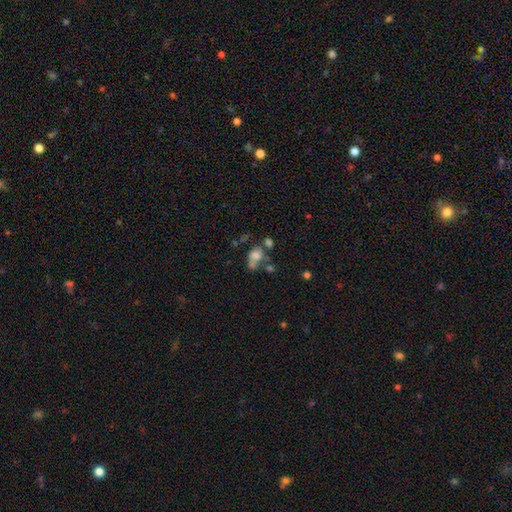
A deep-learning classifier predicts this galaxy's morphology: Smooth or featured?
  - smooth: 65% *
  - featured or disk: 21%
  - star or artifact: 14%
How rounded?
  - in between: 65% *
  - round: 32%
  - cigar-shaped: 2%
Merging?
  - merger: 37% *
  - none: 26%
  - major disturbance: 19%
  - minor disturbance: 17%